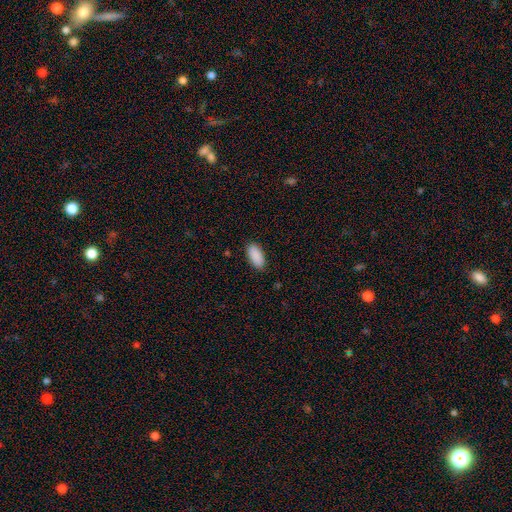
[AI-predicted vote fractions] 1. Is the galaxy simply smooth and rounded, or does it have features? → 91% smooth, 6% star or artifact, 3% featured or disk.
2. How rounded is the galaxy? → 92% in between, 6% cigar-shaped, 2% round.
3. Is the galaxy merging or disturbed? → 88% none, 8% minor disturbance, 2% major disturbance, 1% merger.